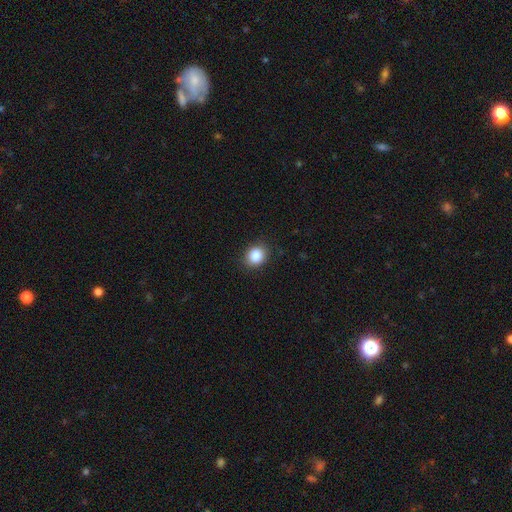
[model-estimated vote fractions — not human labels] A smooth galaxy with no disk features (86%) that is round (66%). Merging: none (87%).